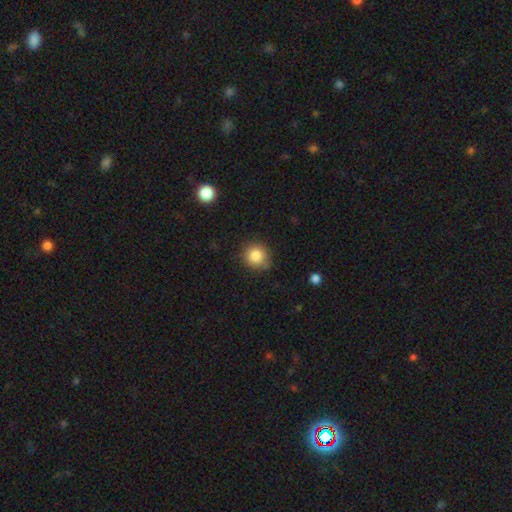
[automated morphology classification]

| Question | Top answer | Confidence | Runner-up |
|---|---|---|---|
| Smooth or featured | smooth | 85% | star or artifact (10%) |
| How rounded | round | 91% | in between (8%) |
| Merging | none | 81% | minor disturbance (14%) |